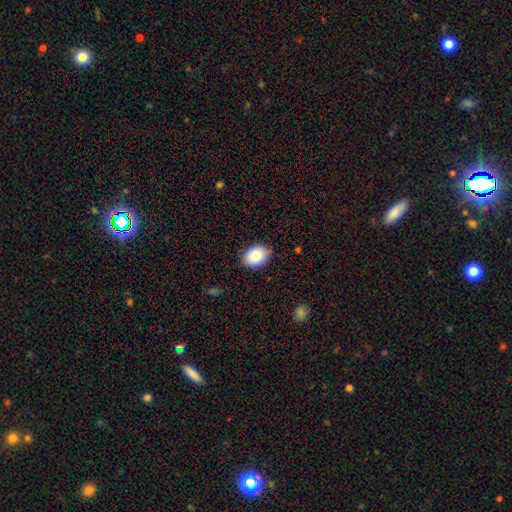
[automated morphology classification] smooth_or_featured: smooth (p=0.82) [alt: featured or disk p=0.10]
how_rounded: in between (p=0.73) [alt: round p=0.26]
merging: none (p=0.85) [alt: minor disturbance p=0.12]